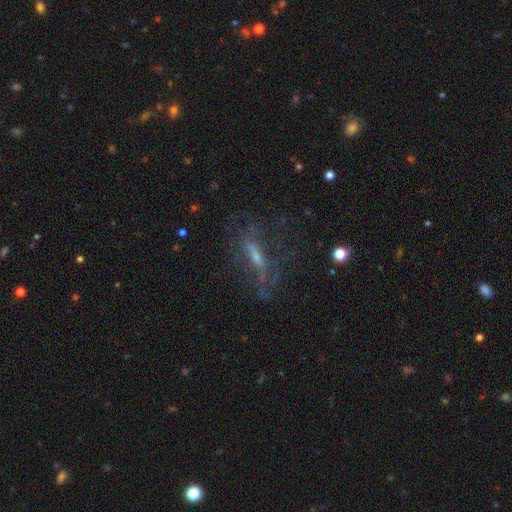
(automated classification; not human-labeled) smooth_or_featured: featured or disk (p=0.61) [alt: smooth p=0.25]
disk_edge_on: no (p=0.63) [alt: yes p=0.37]
merging: none (p=0.53) [alt: major disturbance p=0.25]